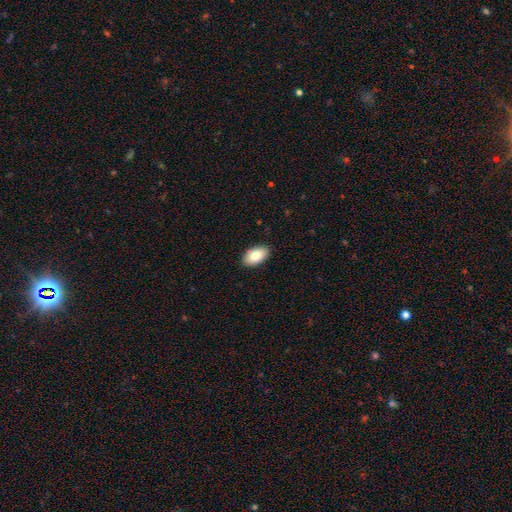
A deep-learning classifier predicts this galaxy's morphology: A smooth galaxy with no disk features (83%) that is in between round and cigar-shaped (94%). Merging: none (90%).